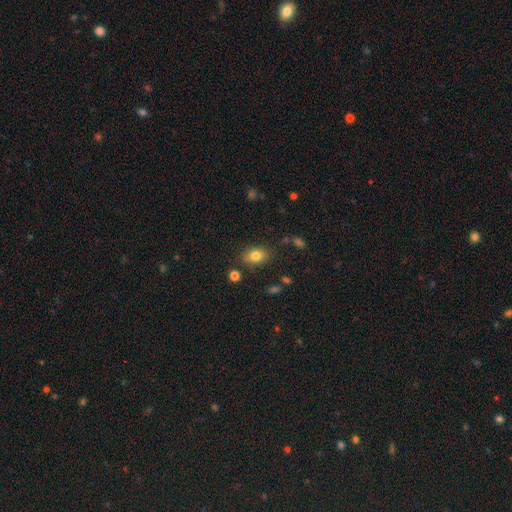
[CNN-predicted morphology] Smooth or featured?
  - smooth: 80% *
  - star or artifact: 10%
  - featured or disk: 9%
How rounded?
  - in between: 73% *
  - round: 26%
  - cigar-shaped: 1%
Merging?
  - none: 81% *
  - minor disturbance: 13%
  - major disturbance: 3%
  - merger: 3%